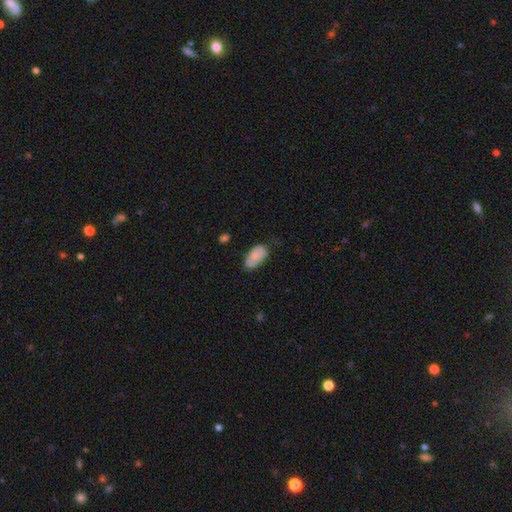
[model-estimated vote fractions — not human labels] A smooth galaxy with no disk features (75%) that is in between round and cigar-shaped (94%). Merging: none (59%).